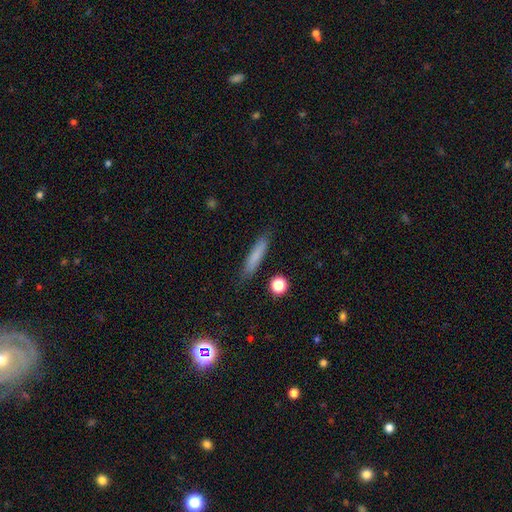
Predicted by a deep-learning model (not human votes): A smooth galaxy with no disk features (76%) that is cigar-shaped (88%).

Vote fractions:
- Smooth or featured? smooth: 76% / featured or disk: 15% / star or artifact: 9%
- How rounded? cigar-shaped: 88% / in between: 10% / round: 2%
- Merging? none: 85% / minor disturbance: 10% / major disturbance: 3% / merger: 2%